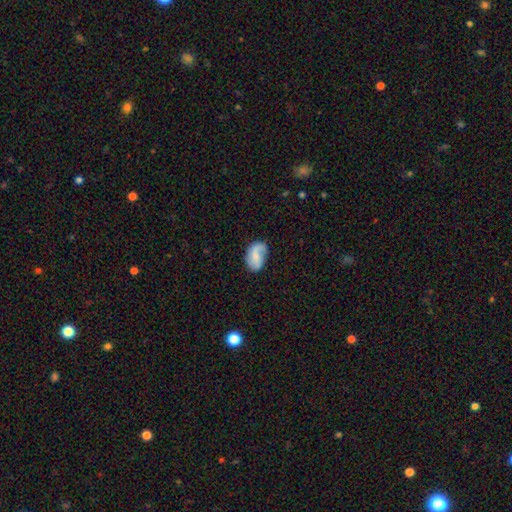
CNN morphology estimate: This is possibly a smooth galaxy (48%). Merging: likely none (64%).